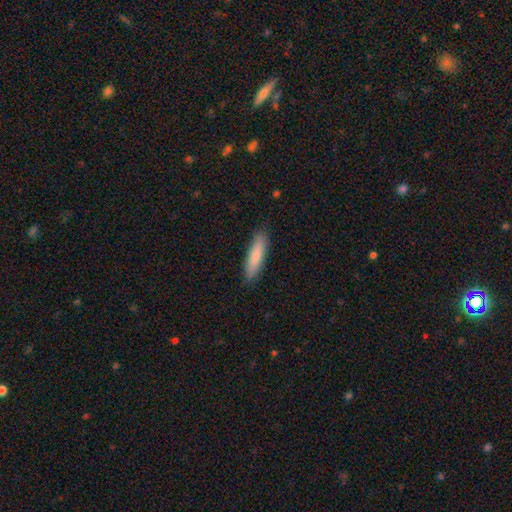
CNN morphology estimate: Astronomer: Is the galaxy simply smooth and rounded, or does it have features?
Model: smooth — 83%.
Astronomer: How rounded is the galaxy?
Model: cigar-shaped — 75%.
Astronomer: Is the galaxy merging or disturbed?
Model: none — 88%.